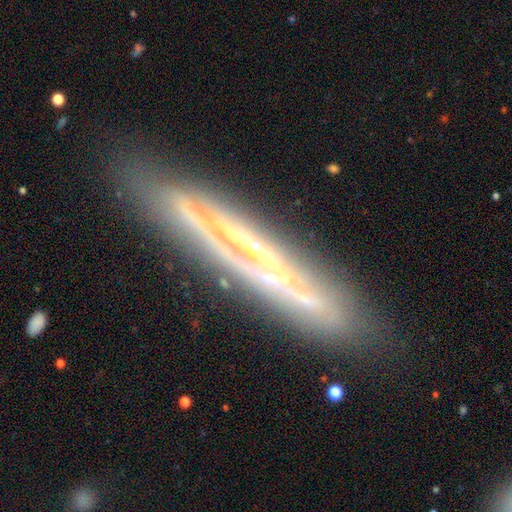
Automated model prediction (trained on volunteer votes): smooth-or-featured: featured or disk: 75% | smooth: 16% | star or artifact: 9%
  disk-edge-on: yes: 76% | no: 24%
    edge-on-bulge: none: 76% | rounded: 15% | boxy: 9%
  merging: none: 80% | minor disturbance: 13% | major disturbance: 4% | merger: 2%